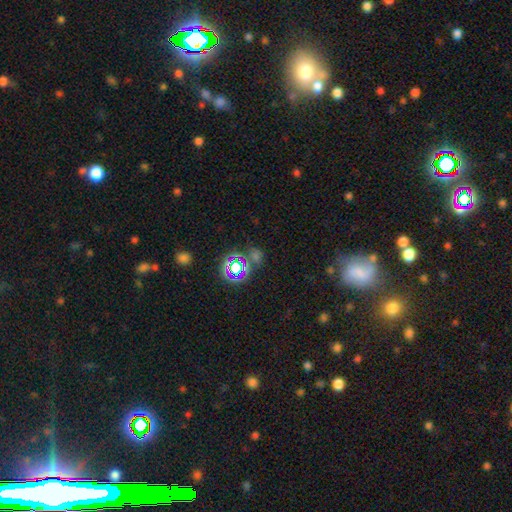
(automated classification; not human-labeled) This appears to be a star or artifact, not a galaxy (59%).